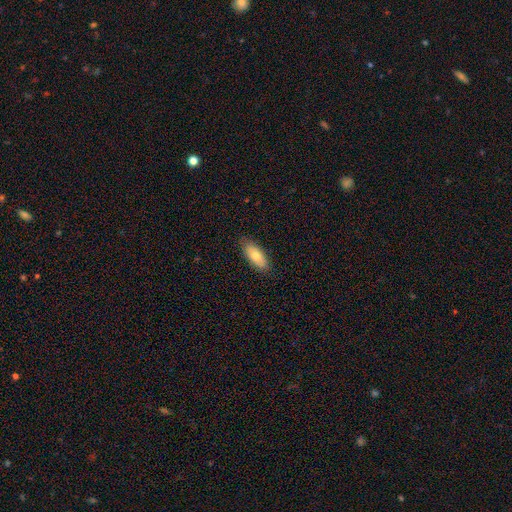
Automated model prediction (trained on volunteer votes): Q: Smooth or featured?
A: smooth (72%); runner-up: featured or disk (22%)
Q: How rounded?
A: in between (80%); runner-up: cigar-shaped (17%)
Q: Merging?
A: none (86%); runner-up: minor disturbance (11%)